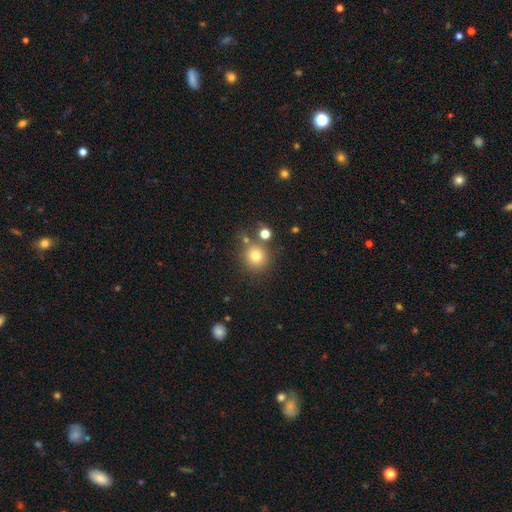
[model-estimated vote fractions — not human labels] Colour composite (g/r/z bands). It shows a smooth galaxy with no disk features (77%) that is round (90%). Merging: none (73%).